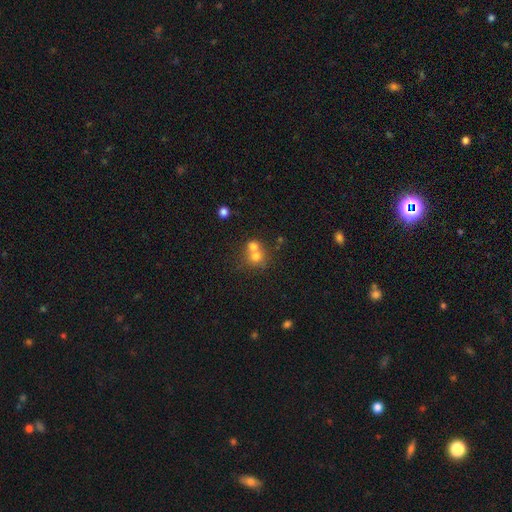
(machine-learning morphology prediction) This appears to be a smooth galaxy with no disk features (70%) that is round (82%). Merging: merger (58%).